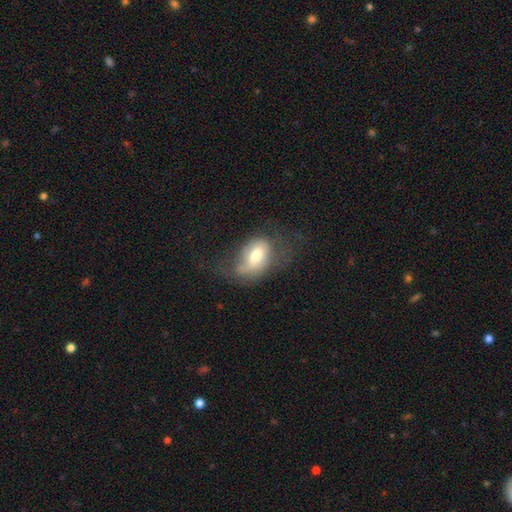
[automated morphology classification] smooth_or_featured: smooth (p=0.55) [alt: featured or disk p=0.37]
how_rounded: in between (p=0.89) [alt: round p=0.09]
merging: none (p=0.38) [alt: major disturbance p=0.31]